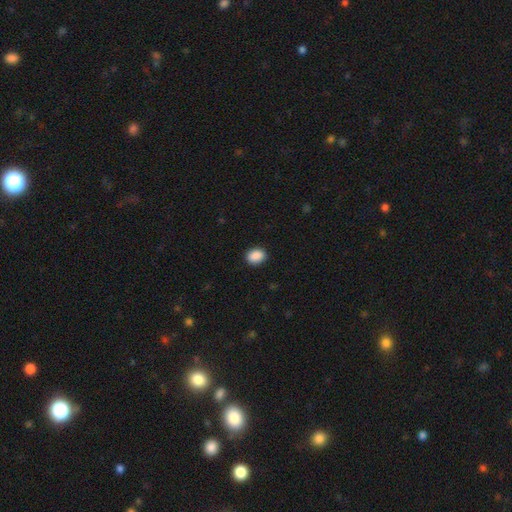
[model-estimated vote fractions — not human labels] Smooth or featured? smooth (90%)
How rounded? in between (65%)
Merging? none (89%)